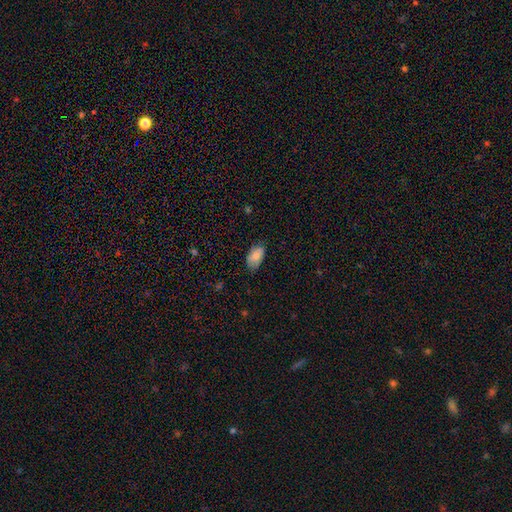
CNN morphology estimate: Overall: smooth (82%). How rounded: in between (94%). Merging: none (71%).